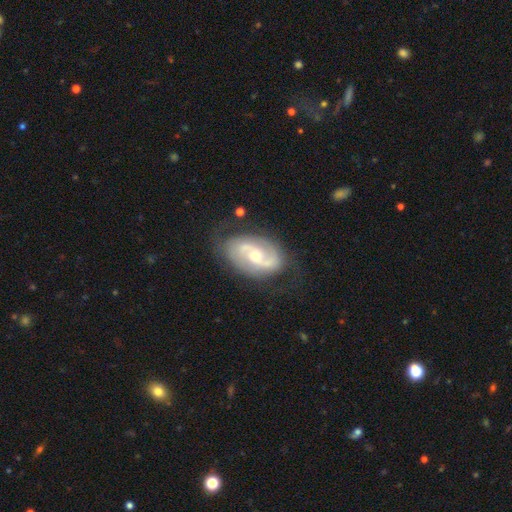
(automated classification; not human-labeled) The model was most divided on "bar": no: 47%, weak: 38%, strong: 15%. Remaining: edge-on disk — no (96%); spiral arms — yes (92%); spiral arm count — 2 (85%); smooth or featured — featured or disk (83%); merging — none (73%); bulge size — moderate (54%); spiral winding — medium (47%).